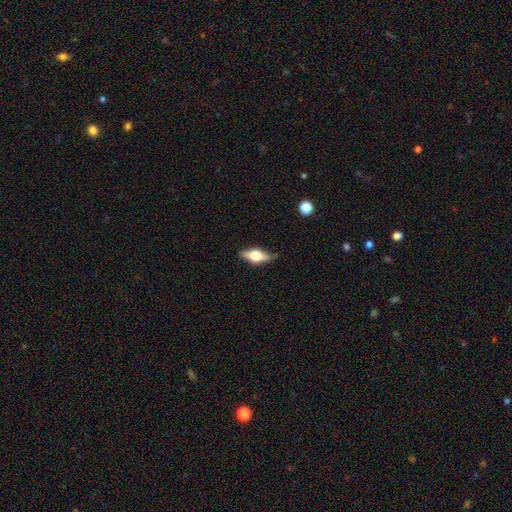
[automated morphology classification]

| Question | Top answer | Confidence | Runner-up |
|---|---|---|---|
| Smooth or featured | featured or disk | 48% | smooth (45%) |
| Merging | none | 76% | minor disturbance (18%) |